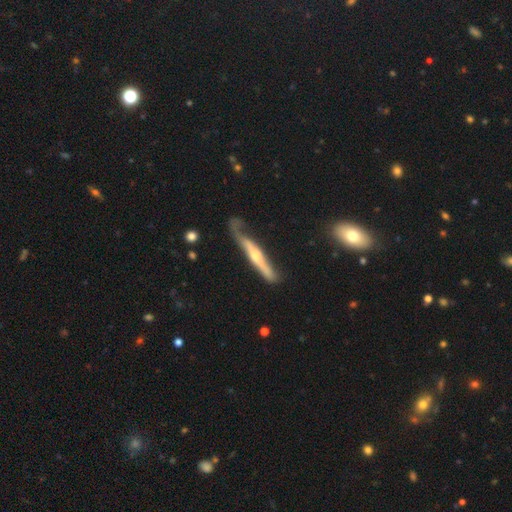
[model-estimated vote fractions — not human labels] Overall: featured or disk (69%). Edge-on disk: yes (88%). Edge-on bulge: rounded (83%). Merging: none (48%; minor disturbance 29%).